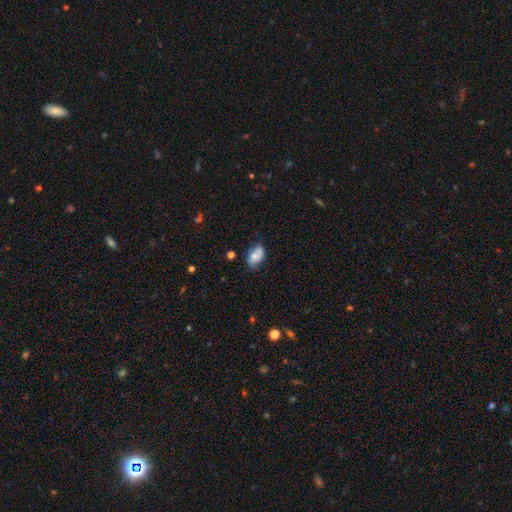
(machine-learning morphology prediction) Smooth or featured? smooth (67%)
How rounded? in between (87%)
Merging? none (56%)